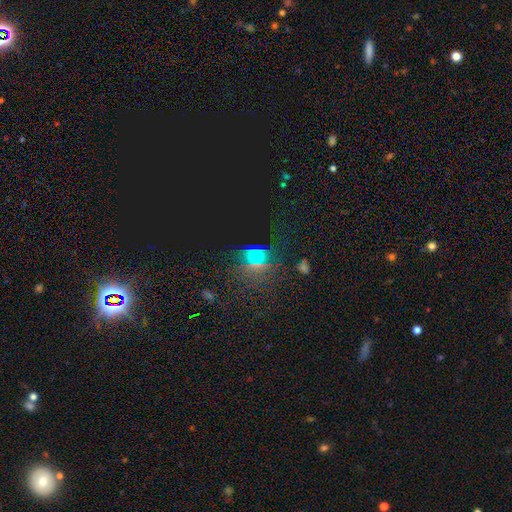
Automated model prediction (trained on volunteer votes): Smooth or featured: star or artifact — 53% (smooth — 36%)